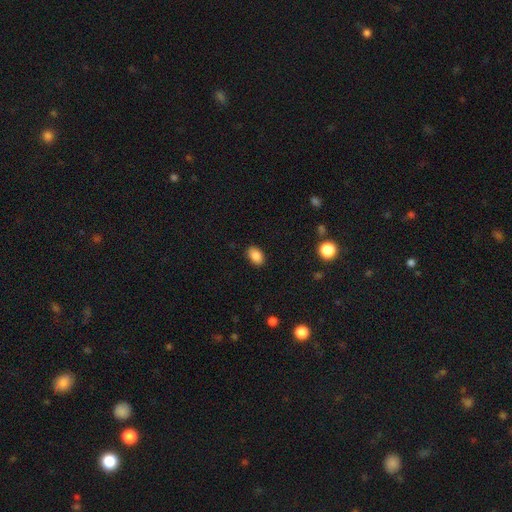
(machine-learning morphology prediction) Overall: smooth (86%). How rounded: in between (87%). Merging: none (88%).